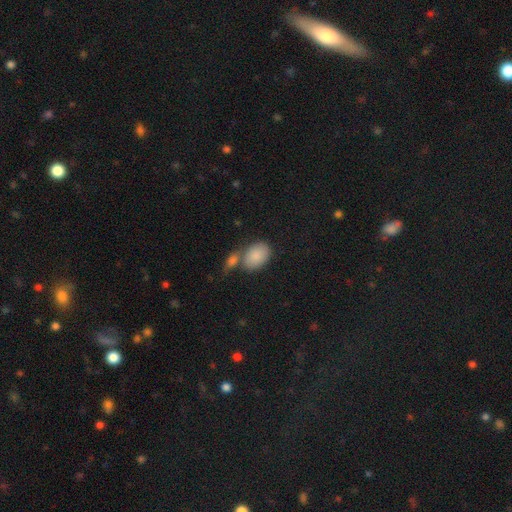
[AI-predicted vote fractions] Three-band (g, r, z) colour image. It shows a smooth galaxy with no disk features (86%) that is in between round and cigar-shaped (86%). Merging: none (44%).